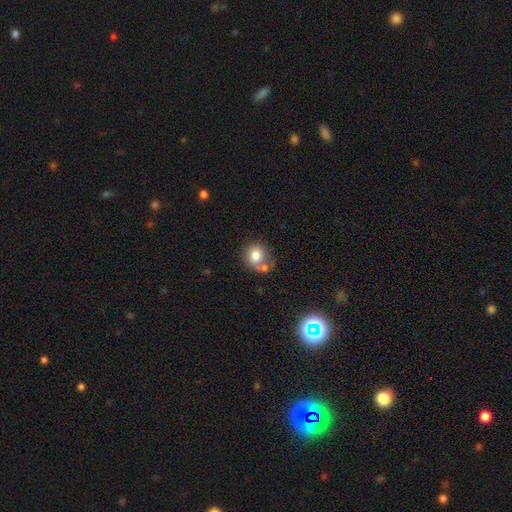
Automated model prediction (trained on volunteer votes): smooth_or_featured: smooth (p=0.78) [alt: featured or disk p=0.12]
how_rounded: round (p=0.74) [alt: in between p=0.25]
merging: none (p=0.50) [alt: merger p=0.25]